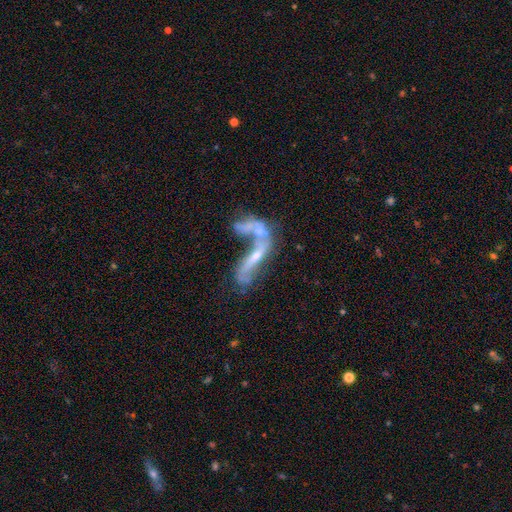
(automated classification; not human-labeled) A featured or disk galaxy (68%) with no bar (59%), spiral arms (53%) and a small central bulge (50%). Merging: merger (60%).